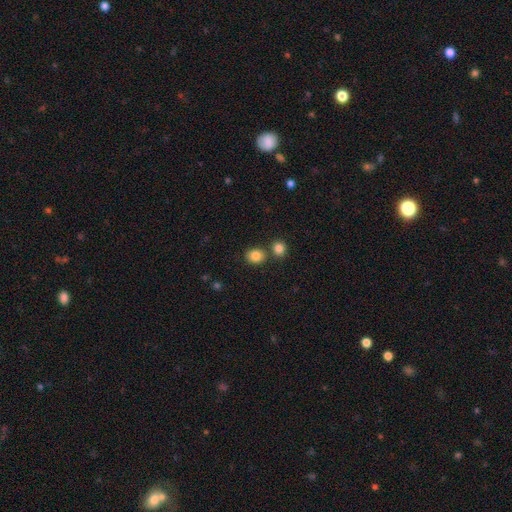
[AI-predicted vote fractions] smooth 85%, star or artifact 10%, featured or disk 5%. Down the decision tree: how rounded — round (64%); merging — none (70%).